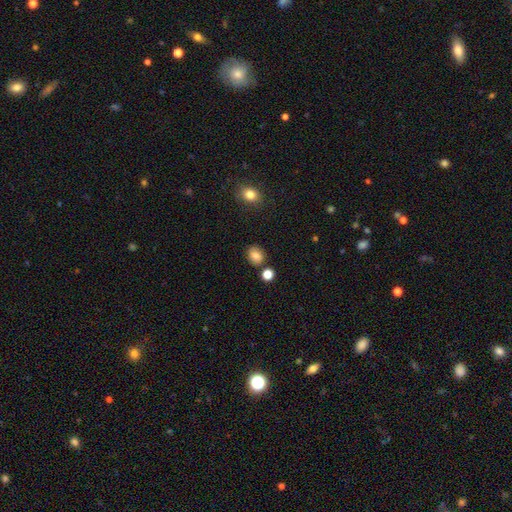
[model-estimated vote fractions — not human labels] Smooth or featured?
  - smooth: 81% *
  - star or artifact: 11%
  - featured or disk: 8%
How rounded?
  - round: 68% *
  - in between: 31%
  - cigar-shaped: 1%
Merging?
  - none: 83% *
  - minor disturbance: 10%
  - merger: 5%
  - major disturbance: 3%